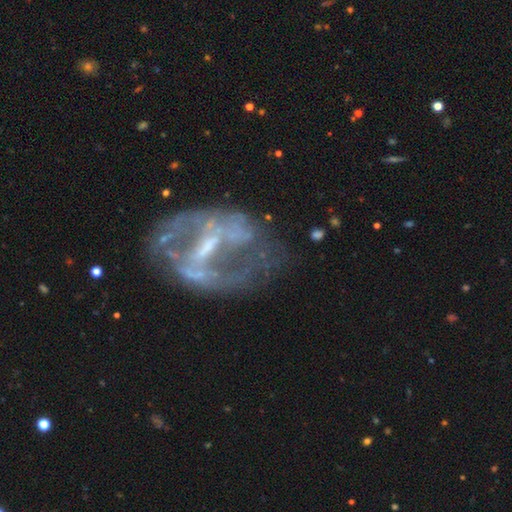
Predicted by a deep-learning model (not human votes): smooth_or_featured: featured or disk (p=0.81) [alt: star or artifact p=0.11]
disk_edge_on: no (p=0.96) [alt: yes p=0.04]
bar: strong (p=0.45) [alt: weak p=0.38]
has_spiral_arms: yes (p=0.75) [alt: no p=0.25]
spiral_winding: loose (p=0.42) [alt: medium p=0.40]
spiral_arm_count: 2 (p=0.72) [alt: can't tell p=0.16]
bulge_size: small (p=0.57) [alt: moderate p=0.22]
merging: none (p=0.57) [alt: major disturbance p=0.20]